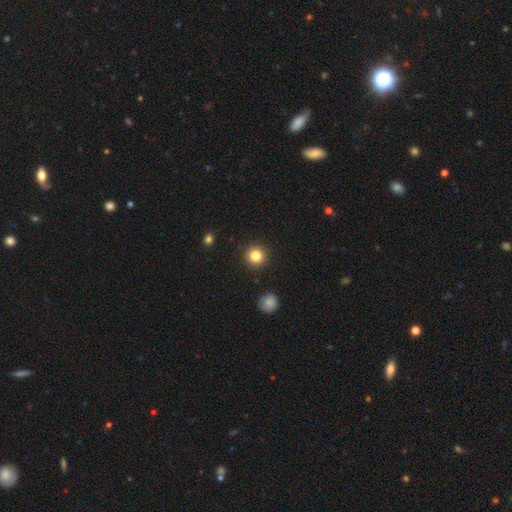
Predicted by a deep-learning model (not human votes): smooth-or-featured: smooth: 84% | star or artifact: 11% | featured or disk: 5%
  how-rounded: round: 95% | in between: 4% | cigar-shaped: 1%
  merging: none: 92% | minor disturbance: 5% | major disturbance: 2% | merger: 1%